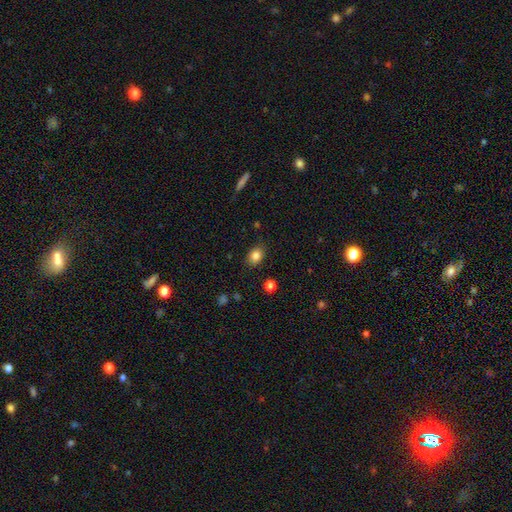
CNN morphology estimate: Smooth or featured? smooth (84%)
How rounded? in between (63%)
Merging? none (85%)